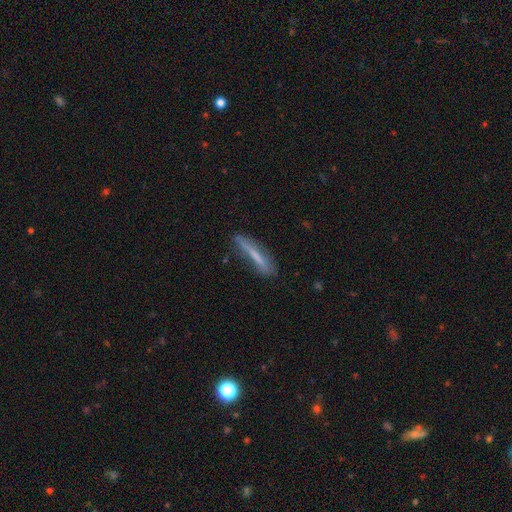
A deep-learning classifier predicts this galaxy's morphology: Smooth or featured: smooth — 55% (featured or disk — 38%)
How rounded: cigar-shaped — 92% (in between — 7%)
Merging: none — 69% (minor disturbance — 22%)